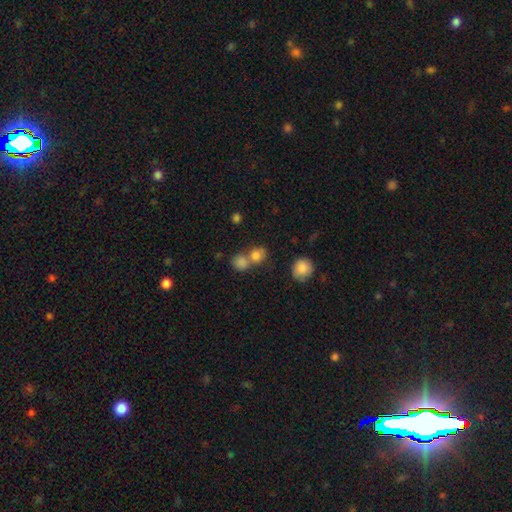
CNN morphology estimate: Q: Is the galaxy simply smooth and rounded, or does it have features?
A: smooth — 81%.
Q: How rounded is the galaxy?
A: round — 73%.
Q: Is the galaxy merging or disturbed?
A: merger — 48%.